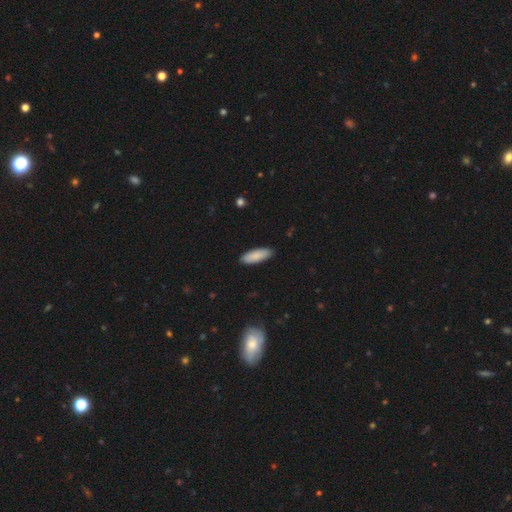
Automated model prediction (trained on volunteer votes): The model was most divided on "how rounded": in between: 64%, cigar-shaped: 35%, round: 2%. More confident: merging — none (88%); smooth or featured — smooth (88%).